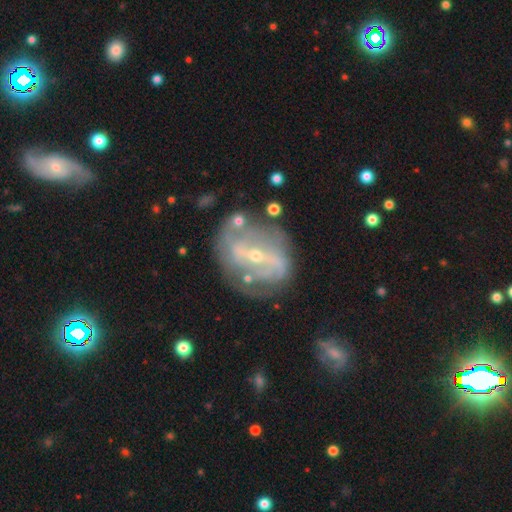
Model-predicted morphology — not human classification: This appears to be a featured or disk galaxy (83%) with a strong bar (56%), 2 (68%) medium (39%) spiral arms (77%) and a small central bulge (68%). Merging: none (68%).